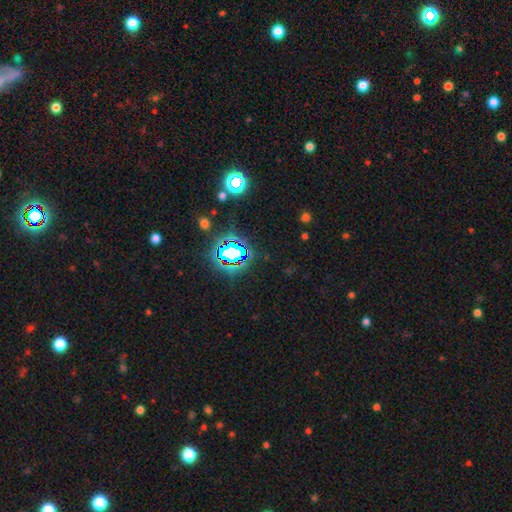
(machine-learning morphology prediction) Q: Smooth or featured?
A: star or artifact (79%); runner-up: smooth (14%)